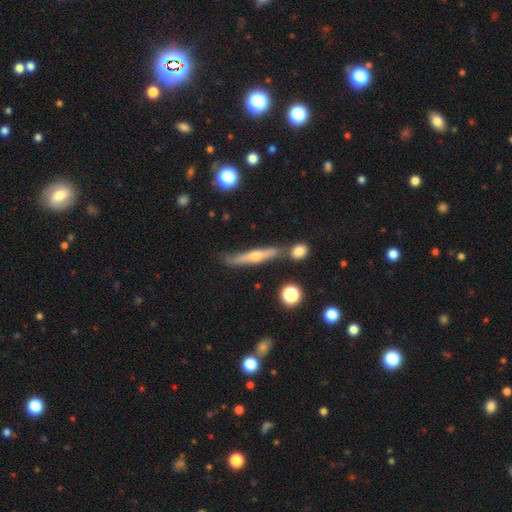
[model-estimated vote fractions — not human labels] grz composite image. It shows a featured or disk galaxy (64%) viewed edge-on (94%) with a rounded central bulge (83%). Merging: none (72%).